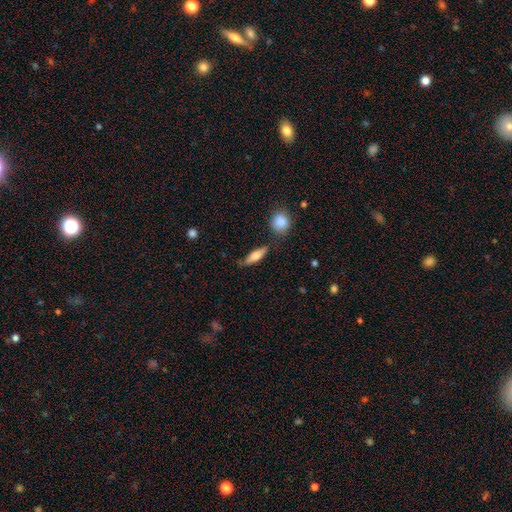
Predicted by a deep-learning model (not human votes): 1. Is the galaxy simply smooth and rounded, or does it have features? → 69% smooth, 24% featured or disk, 7% star or artifact.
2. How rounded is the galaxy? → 50% in between, 46% cigar-shaped, 3% round.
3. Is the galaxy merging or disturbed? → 70% none, 19% minor disturbance, 6% merger, 5% major disturbance.